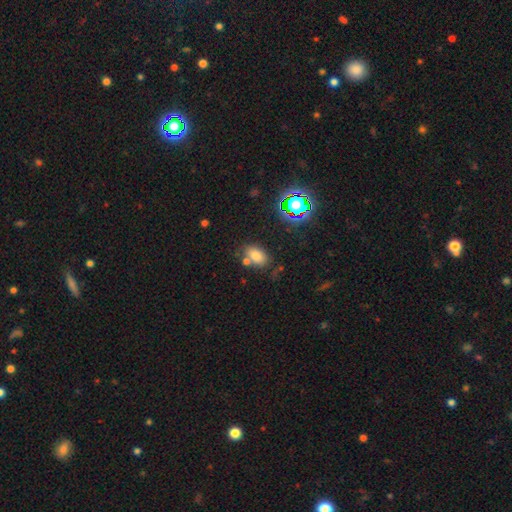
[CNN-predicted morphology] Q: Smooth or featured?
A: smooth (75%); runner-up: star or artifact (16%)
Q: How rounded?
A: in between (85%); runner-up: round (13%)
Q: Merging?
A: none (67%); runner-up: minor disturbance (15%)